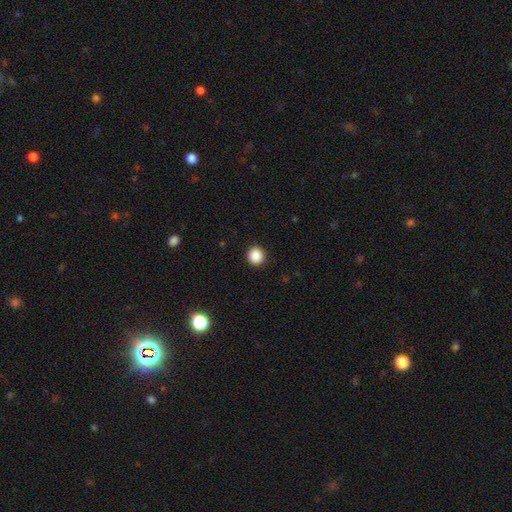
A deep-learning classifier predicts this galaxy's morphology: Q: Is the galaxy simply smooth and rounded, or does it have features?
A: smooth — 88%.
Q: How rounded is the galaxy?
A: round — 94%.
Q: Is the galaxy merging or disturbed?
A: none — 93%.